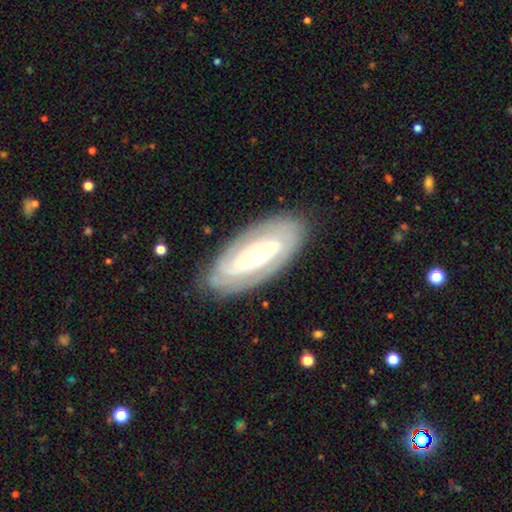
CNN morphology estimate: smooth-or-featured: featured or disk: 77% | smooth: 18% | star or artifact: 5%
  disk-edge-on: no: 91% | yes: 9%
    bar: no: 57% | weak: 25% | strong: 18%
    has-spiral-arms: yes: 82% | no: 18%
      spiral-winding: tight: 72% | medium: 21% | loose: 7%
      spiral-arm-count: can't tell: 43% | 2: 37% | 3: 9% | 1: 4% | 4: 4% | more than 4: 3%
    bulge-size: moderate: 48% | small: 45% | large: 5% | dominant: 1% | none: 1%
  merging: none: 82% | minor disturbance: 13% | major disturbance: 4% | merger: 1%